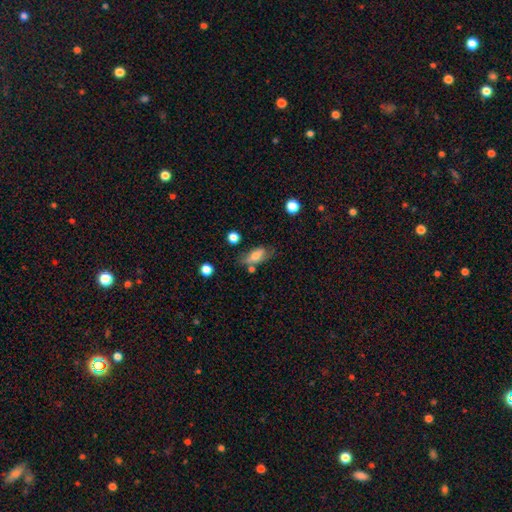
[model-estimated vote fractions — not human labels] This appears to be a smooth galaxy with no disk features (65%) that is in between round and cigar-shaped (81%). Merging: none (56%).